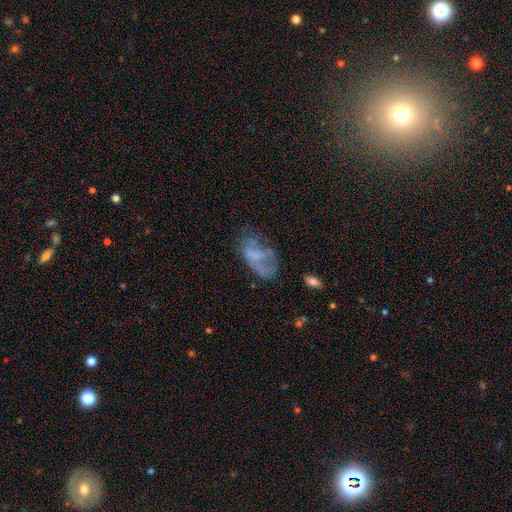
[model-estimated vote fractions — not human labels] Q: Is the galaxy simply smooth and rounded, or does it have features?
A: featured or disk — 45%.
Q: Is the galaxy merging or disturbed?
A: none — 39%.